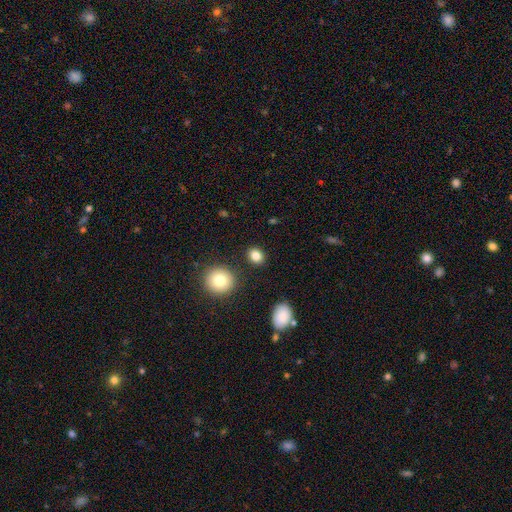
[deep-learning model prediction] smooth 84%, star or artifact 11%, featured or disk 6%. Down the decision tree: how rounded — round (60%); merging — none (87%).